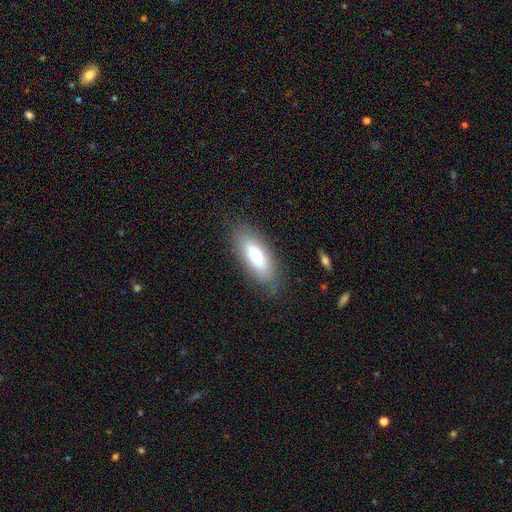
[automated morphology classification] Overall: smooth (73%). How rounded: in between (72%). Merging: none (82%).